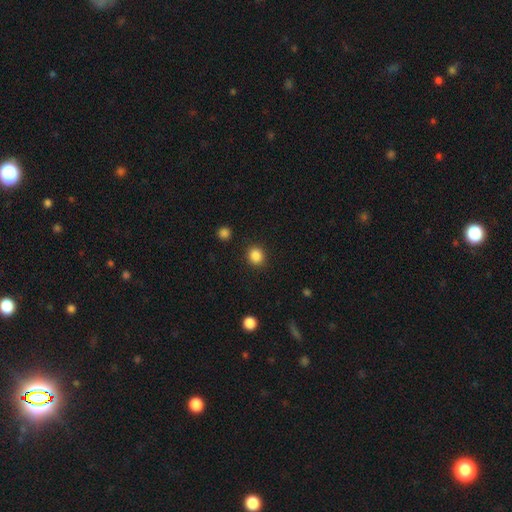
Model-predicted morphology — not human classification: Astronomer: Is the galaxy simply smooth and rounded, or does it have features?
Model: smooth — 86%.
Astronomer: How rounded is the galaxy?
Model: round — 83%.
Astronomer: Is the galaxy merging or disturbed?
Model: none — 90%.